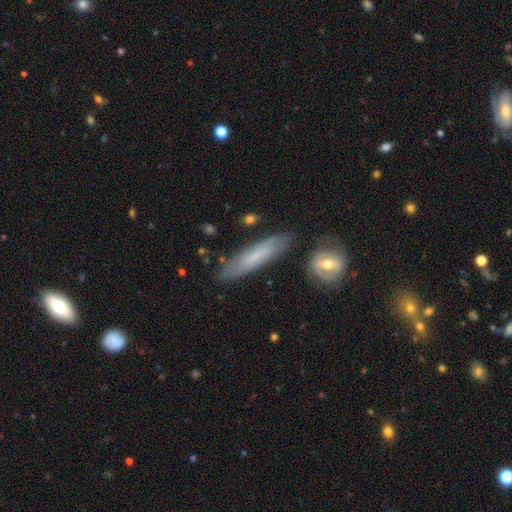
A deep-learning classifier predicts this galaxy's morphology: Overall: smooth (57%; featured or disk 35%). How rounded: cigar-shaped (81%). Merging: none (79%).